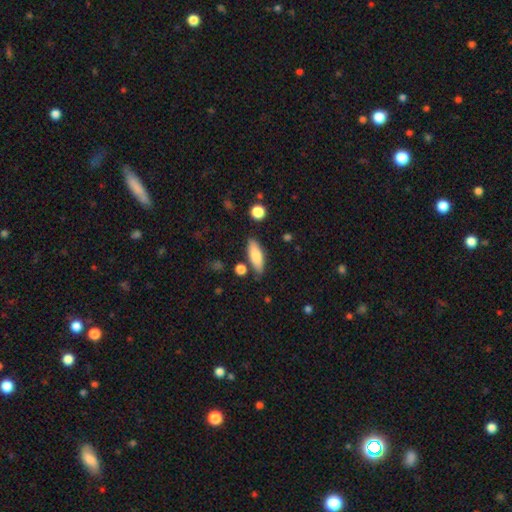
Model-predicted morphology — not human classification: This is likely a smooth galaxy (77%). How rounded: possibly in between (59%). Merging: clearly none (81%).